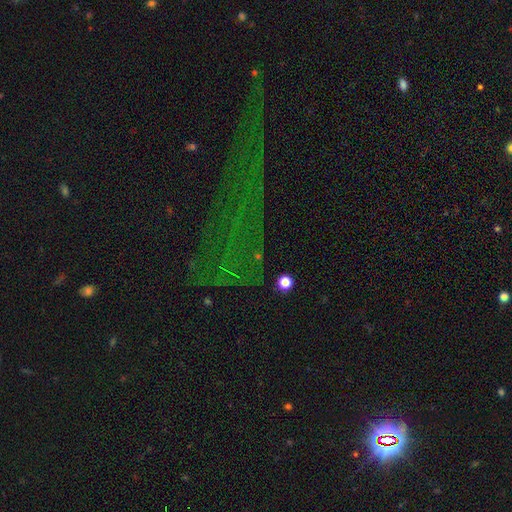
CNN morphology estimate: Smooth or featured?
  - star or artifact: 77% *
  - smooth: 13%
  - featured or disk: 10%